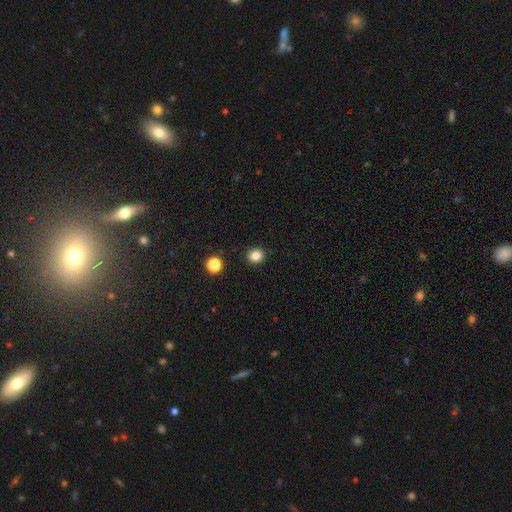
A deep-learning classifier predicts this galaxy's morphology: smooth-or-featured: smooth: 84% | star or artifact: 12% | featured or disk: 4%
  how-rounded: round: 81% | in between: 19% | cigar-shaped: 1%
  merging: none: 91% | minor disturbance: 5% | major disturbance: 2% | merger: 2%